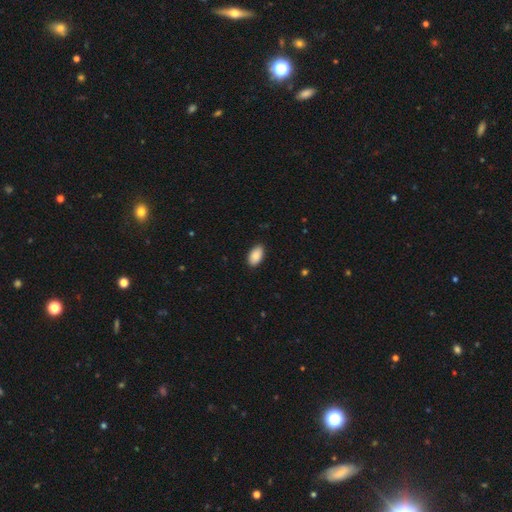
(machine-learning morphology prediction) smooth_or_featured: smooth (p=0.90) [alt: star or artifact p=0.06]
how_rounded: in between (p=0.95) [alt: round p=0.03]
merging: none (p=0.89) [alt: minor disturbance p=0.08]